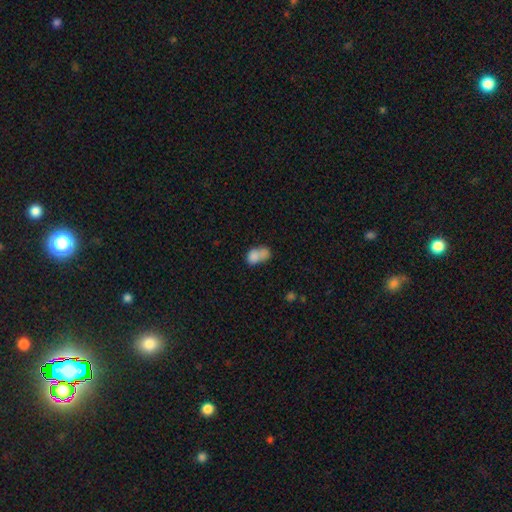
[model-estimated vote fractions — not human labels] Smooth or featured: smooth — 76% (featured or disk — 14%)
How rounded: in between — 74% (round — 24%)
Merging: merger — 54% (none — 22%)